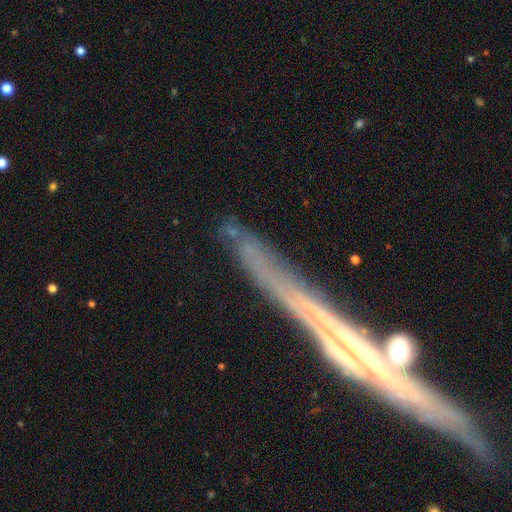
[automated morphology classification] type=featured or disk (60%); edge-on=yes (80%); merging=none (74%).